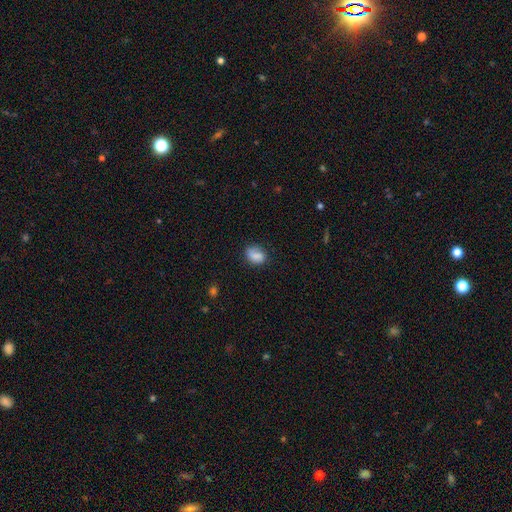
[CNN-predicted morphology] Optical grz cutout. It shows a smooth galaxy with no disk features (81%) that is in between round and cigar-shaped (66%). Merging: none (65%).